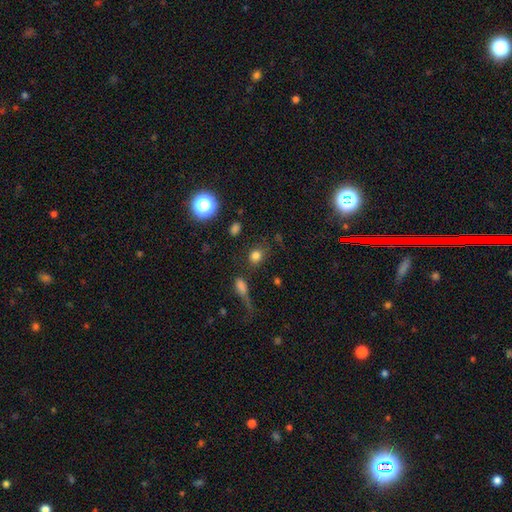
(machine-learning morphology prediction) Q: Smooth or featured?
A: smooth (79%); runner-up: star or artifact (15%)
Q: How rounded?
A: round (61%); runner-up: in between (36%)
Q: Merging?
A: none (75%); runner-up: minor disturbance (12%)